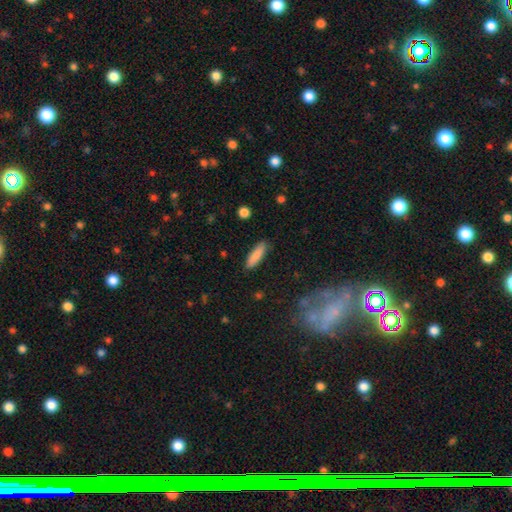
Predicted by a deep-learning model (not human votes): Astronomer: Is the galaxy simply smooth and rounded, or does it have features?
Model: smooth — 86%.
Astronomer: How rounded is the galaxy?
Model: cigar-shaped — 62%.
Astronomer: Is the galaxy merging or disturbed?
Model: none — 87%.